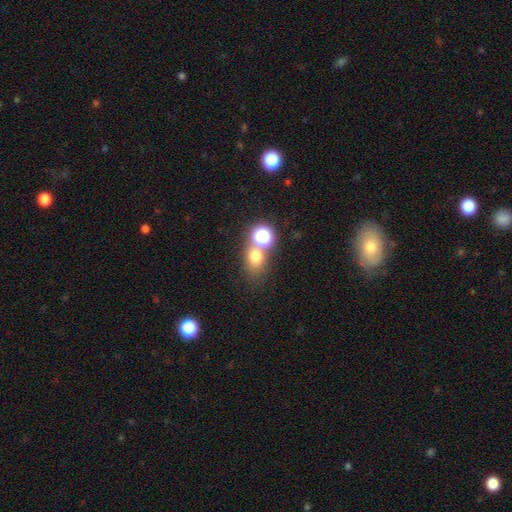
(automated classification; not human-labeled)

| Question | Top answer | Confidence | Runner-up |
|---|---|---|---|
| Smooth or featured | smooth | 66% | star or artifact (23%) |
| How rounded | round | 57% | in between (42%) |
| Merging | none | 54% | merger (30%) |